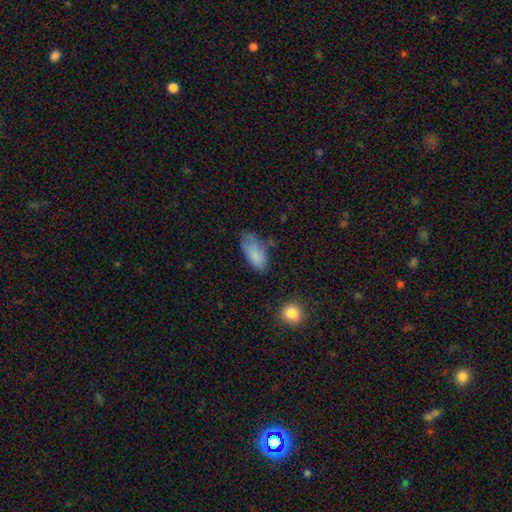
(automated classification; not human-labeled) Q: Smooth or featured?
A: smooth (81%); runner-up: featured or disk (12%)
Q: How rounded?
A: in between (91%); runner-up: cigar-shaped (6%)
Q: Merging?
A: none (50%); runner-up: minor disturbance (34%)